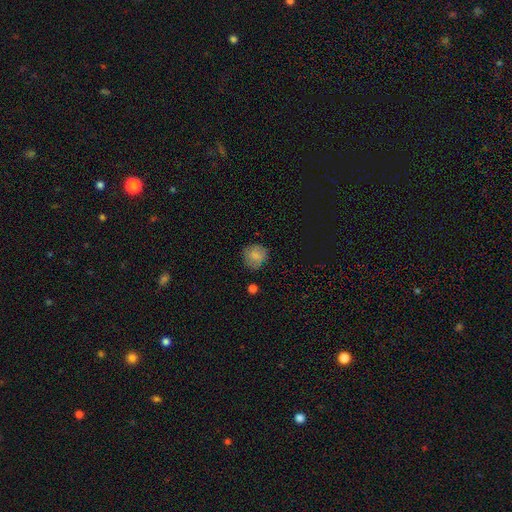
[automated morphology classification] A smooth galaxy with no disk features (79%) that is round (85%).

Vote fractions:
- Smooth or featured? smooth: 79% / featured or disk: 12% / star or artifact: 9%
- How rounded? round: 85% / in between: 14% / cigar-shaped: 1%
- Merging? none: 75% / minor disturbance: 18% / major disturbance: 5% / merger: 2%